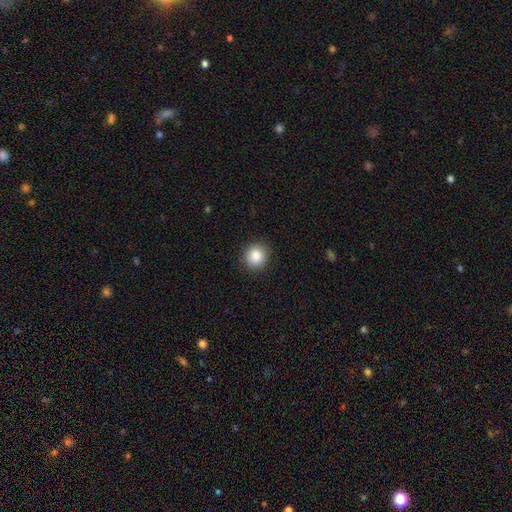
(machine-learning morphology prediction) The model was most divided on "how rounded": round: 86%, in between: 13%, cigar-shaped: 1%. More confident: merging — none (90%); smooth or featured — smooth (86%).